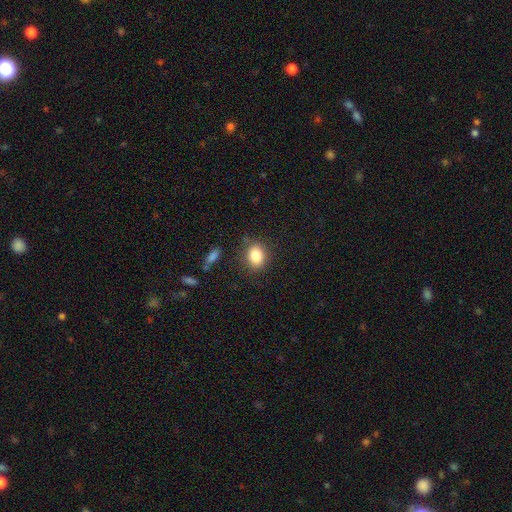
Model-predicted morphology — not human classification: The model was most divided on "how rounded": in between: 53%, round: 46%, cigar-shaped: 1%. More confident: smooth or featured — smooth (84%); merging — none (82%).